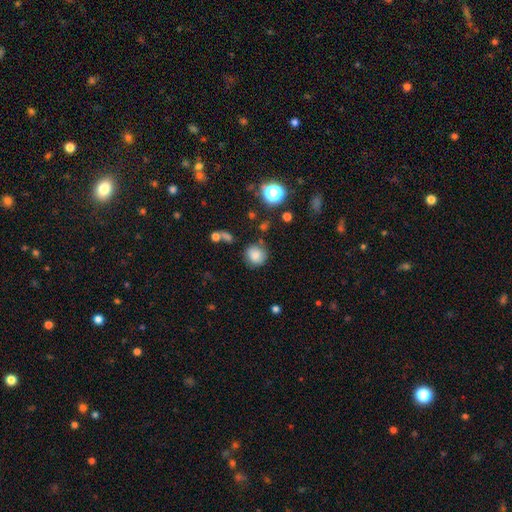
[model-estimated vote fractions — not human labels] Morphology: type=smooth (79%); roundness=round (87%); merging=none (77%).